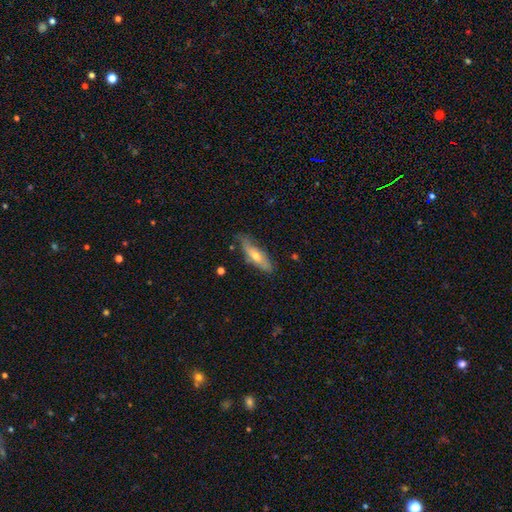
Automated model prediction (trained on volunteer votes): Overall: smooth (52%; featured or disk 41%). How rounded: cigar-shaped (55%; in between 43%). Merging: none (72%).